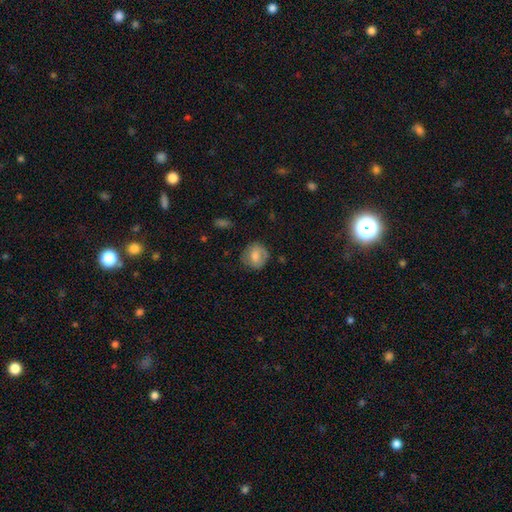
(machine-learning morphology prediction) Smooth or featured? smooth (71%)
How rounded? round (83%)
Merging? none (73%)